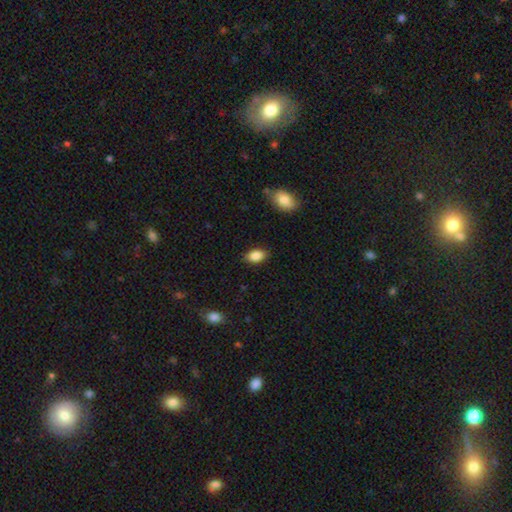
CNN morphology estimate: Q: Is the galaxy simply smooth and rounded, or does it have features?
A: smooth — 87%.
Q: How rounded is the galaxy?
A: in between — 90%.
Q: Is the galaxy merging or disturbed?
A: none — 86%.